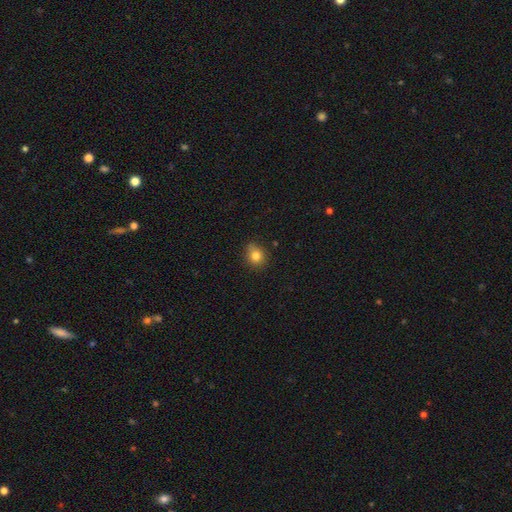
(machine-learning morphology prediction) Overall: smooth (81%). How rounded: round (72%). Merging: none (78%).